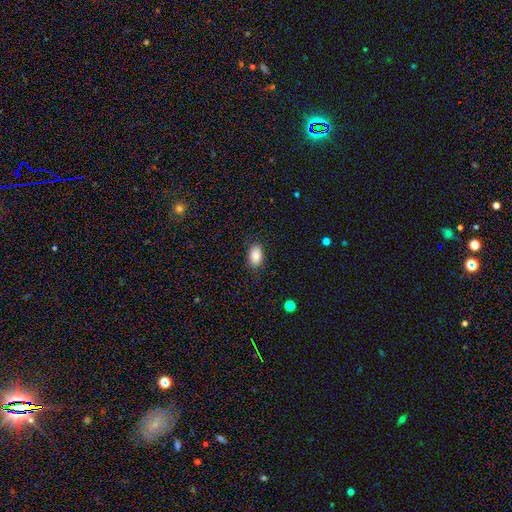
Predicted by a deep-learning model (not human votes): smooth-or-featured: smooth: 87% | star or artifact: 8% | featured or disk: 5%
  how-rounded: in between: 88% | round: 11% | cigar-shaped: 1%
  merging: none: 84% | minor disturbance: 12% | major disturbance: 3% | merger: 1%